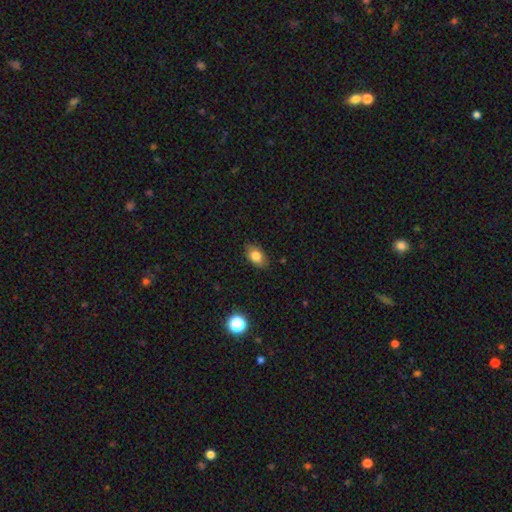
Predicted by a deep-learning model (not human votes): smooth_or_featured: smooth (p=0.82) [alt: star or artifact p=0.10]
how_rounded: in between (p=0.83) [alt: round p=0.15]
merging: none (p=0.86) [alt: minor disturbance p=0.11]